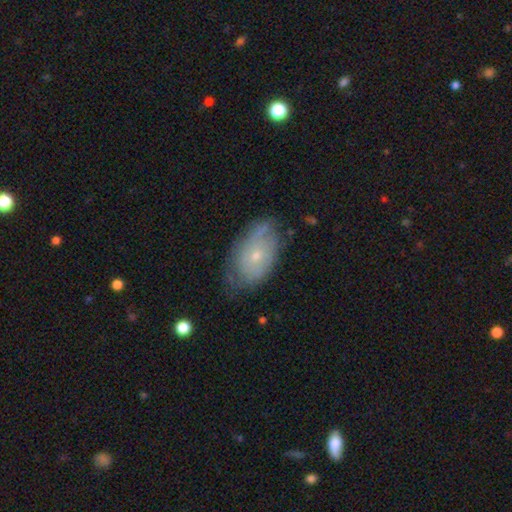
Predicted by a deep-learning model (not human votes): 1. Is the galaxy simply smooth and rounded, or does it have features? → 55% featured or disk, 38% smooth, 7% star or artifact.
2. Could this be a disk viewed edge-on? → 93% no, 7% yes.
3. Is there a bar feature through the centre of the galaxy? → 85% no, 13% weak, 2% strong.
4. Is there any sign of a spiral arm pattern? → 64% yes, 36% no.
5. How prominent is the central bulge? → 65% small, 31% moderate, 1% none, 1% large, 1% dominant.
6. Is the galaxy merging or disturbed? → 60% none, 29% minor disturbance, 9% major disturbance, 2% merger.